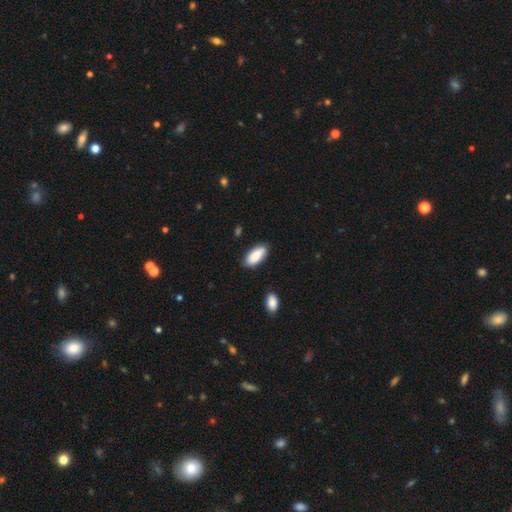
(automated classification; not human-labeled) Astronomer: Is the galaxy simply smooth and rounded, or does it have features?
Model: smooth — 87%.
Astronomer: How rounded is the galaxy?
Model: in between — 88%.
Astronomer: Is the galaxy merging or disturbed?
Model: none — 81%.